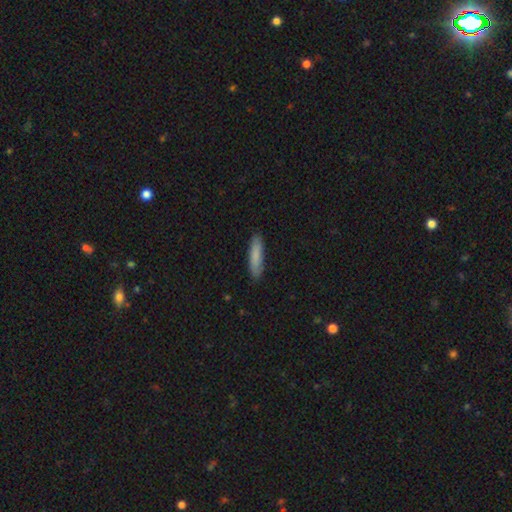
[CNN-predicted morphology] Q: Smooth or featured?
A: smooth (83%); runner-up: featured or disk (11%)
Q: How rounded?
A: cigar-shaped (78%); runner-up: in between (21%)
Q: Merging?
A: none (87%); runner-up: minor disturbance (10%)